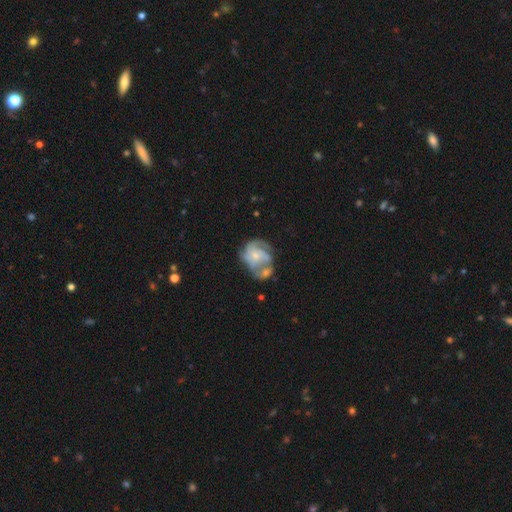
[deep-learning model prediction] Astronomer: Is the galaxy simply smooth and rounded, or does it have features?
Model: featured or disk — 74%.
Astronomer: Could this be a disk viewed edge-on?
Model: no — 98%.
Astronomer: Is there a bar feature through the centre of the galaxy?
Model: no — 74%.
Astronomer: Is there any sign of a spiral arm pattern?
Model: yes — 85%.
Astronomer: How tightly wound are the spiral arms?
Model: tight — 45% (runner-up: medium, 40%).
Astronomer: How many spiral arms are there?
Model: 3 — 35% (runner-up: can't tell, 29%).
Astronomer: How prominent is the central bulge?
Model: small — 60%.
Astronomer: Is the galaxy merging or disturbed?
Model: merger — 37% (runner-up: none, 31%).